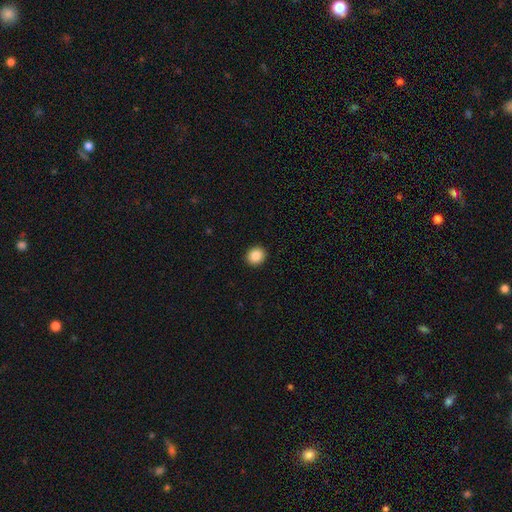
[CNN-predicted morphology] Smooth or featured? smooth (87%)
How rounded? round (77%)
Merging? none (93%)